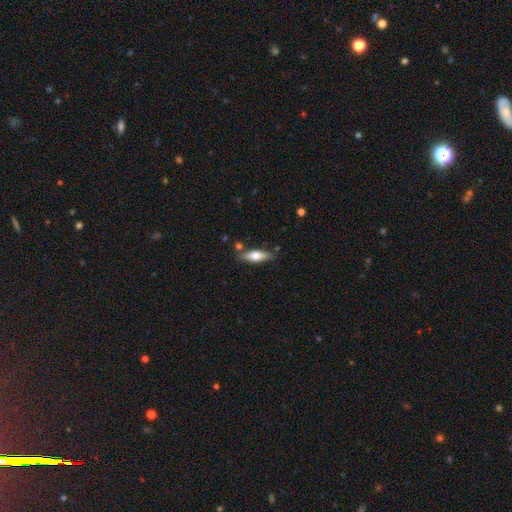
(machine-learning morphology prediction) Smooth or featured? smooth (57%)
How rounded? cigar-shaped (52%)
Merging? none (78%)